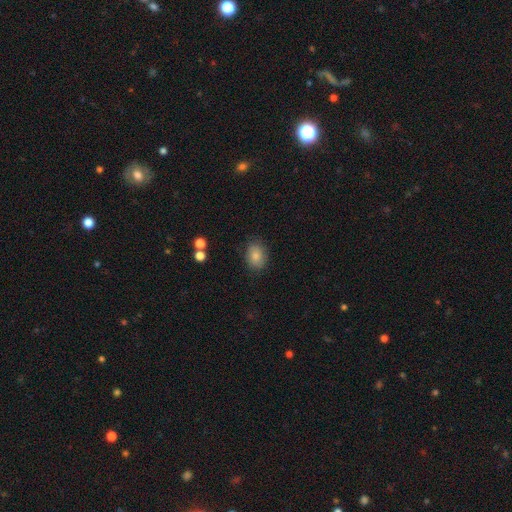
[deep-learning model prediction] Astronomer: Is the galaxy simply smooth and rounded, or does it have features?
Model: smooth — 83%.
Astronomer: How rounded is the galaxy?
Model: in between — 66%.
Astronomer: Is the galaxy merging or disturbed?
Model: none — 82%.